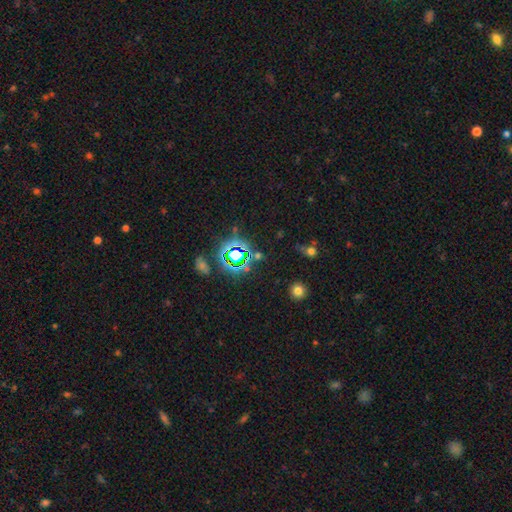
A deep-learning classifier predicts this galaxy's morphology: Overall: star or artifact (73%).